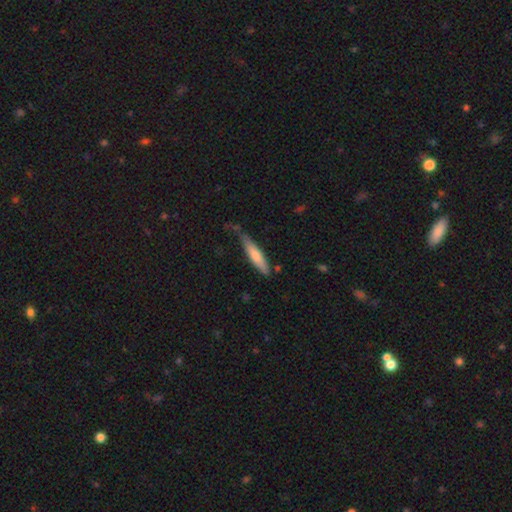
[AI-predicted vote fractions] A smooth galaxy with no disk features (68%) that is cigar-shaped (84%).

Vote fractions:
- Smooth or featured? smooth: 68% / featured or disk: 26% / star or artifact: 6%
- How rounded? cigar-shaped: 84% / in between: 15% / round: 1%
- Merging? none: 59% / minor disturbance: 29% / major disturbance: 7% / merger: 5%